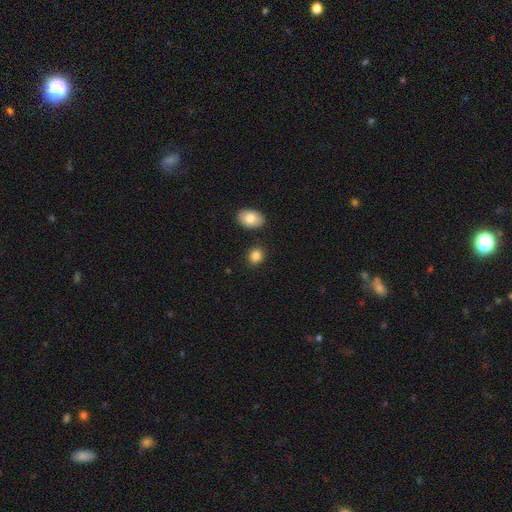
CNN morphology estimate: This is clearly a smooth galaxy (84%). How rounded: possibly round (52%). Merging: clearly none (83%).